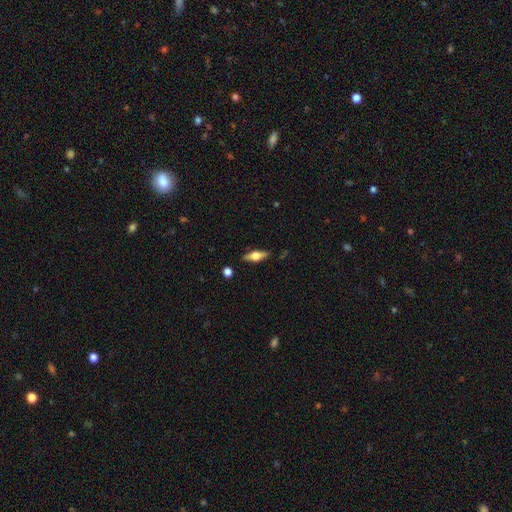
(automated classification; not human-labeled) Q: Smooth or featured?
A: featured or disk (60%); runner-up: smooth (33%)
Q: Edge-on disk?
A: yes (94%); runner-up: no (6%)
Q: Edge-on bulge?
A: rounded (93%); runner-up: boxy (5%)
Q: Merging?
A: none (86%); runner-up: minor disturbance (10%)